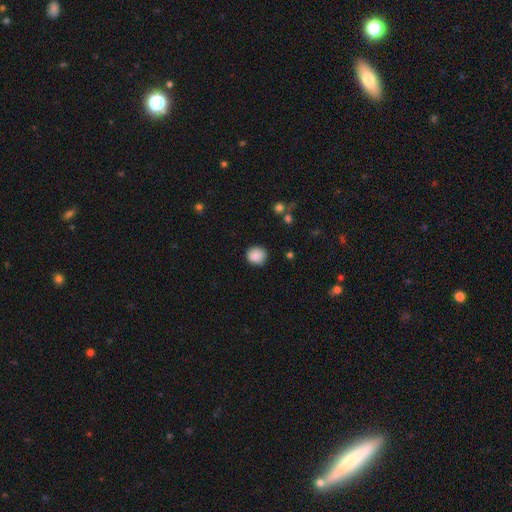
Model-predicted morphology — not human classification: The model was most divided on "merging": none: 86%, minor disturbance: 10%, major disturbance: 2%, merger: 1%. More confident: how rounded — round (89%); smooth or featured — smooth (88%).